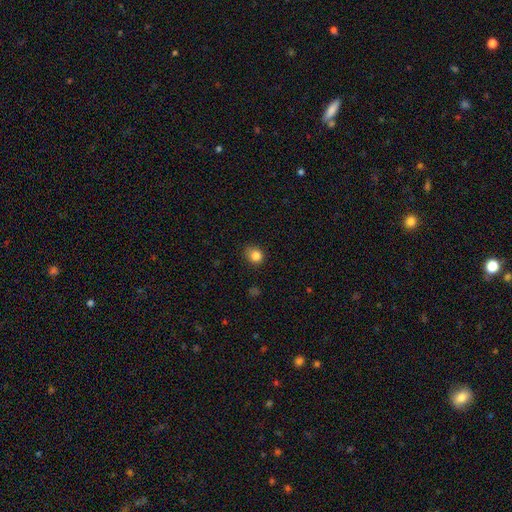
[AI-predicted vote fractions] Smooth or featured?
  - smooth: 84% *
  - star or artifact: 12%
  - featured or disk: 5%
How rounded?
  - round: 76% *
  - in between: 23%
  - cigar-shaped: 1%
Merging?
  - none: 75% *
  - minor disturbance: 20%
  - major disturbance: 4%
  - merger: 1%